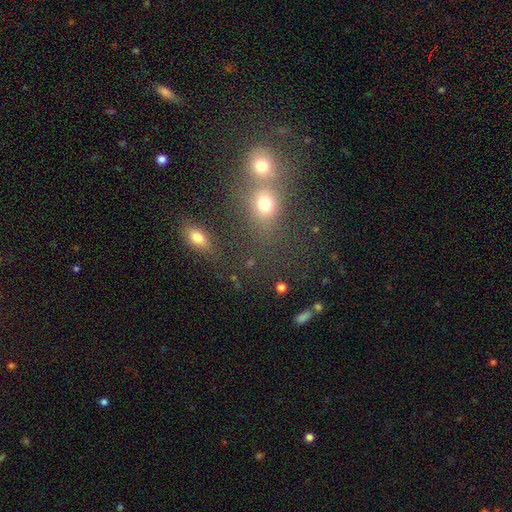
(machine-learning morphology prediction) smooth 51%, star or artifact 28%, featured or disk 21%. Down the decision tree: how rounded — round (59%); merging — merger (63%).